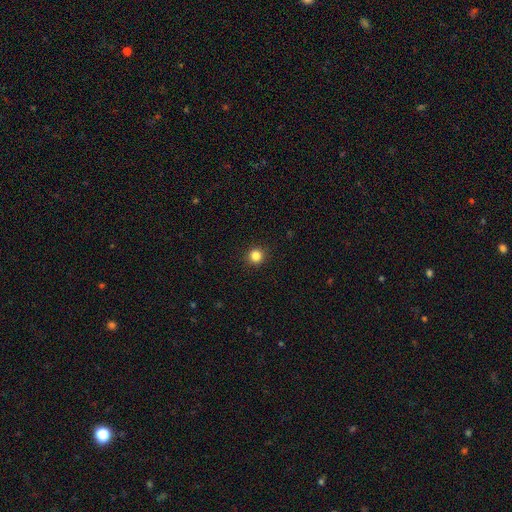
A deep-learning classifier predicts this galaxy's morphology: The model was most divided on "smooth or featured": smooth: 84%, star or artifact: 12%, featured or disk: 4%. More confident: how rounded — round (94%); merging — none (92%).